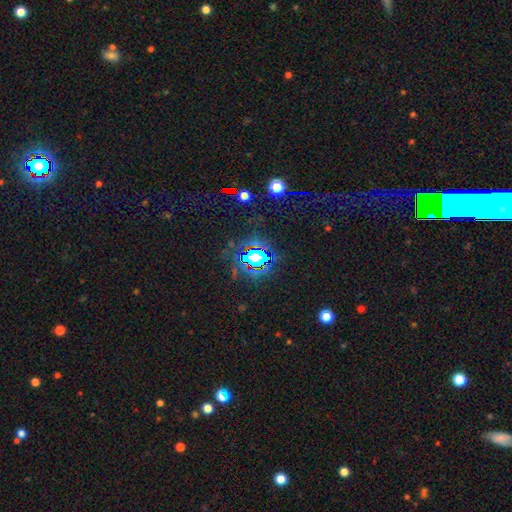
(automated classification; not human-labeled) smooth_or_featured: star or artifact (p=0.66) [alt: smooth p=0.22]